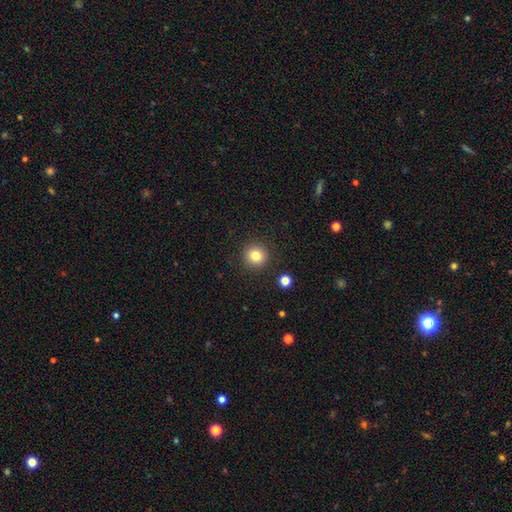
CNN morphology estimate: A smooth galaxy with no disk features (82%) that is round (94%). Merging: none (90%).